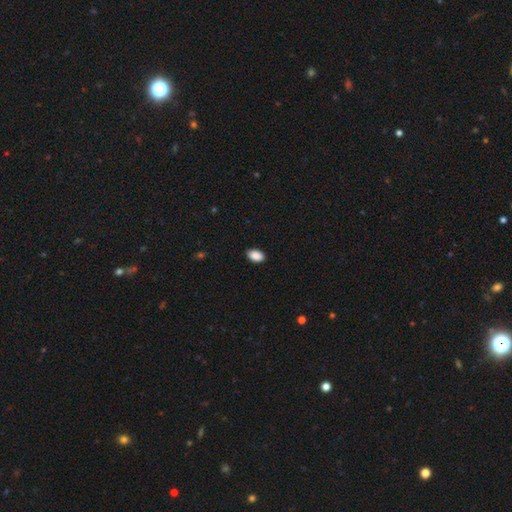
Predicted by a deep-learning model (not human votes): Smooth or featured? Predicted: smooth (p=0.90). How rounded? Predicted: in between (p=0.92). Merging? Predicted: none (p=0.88).